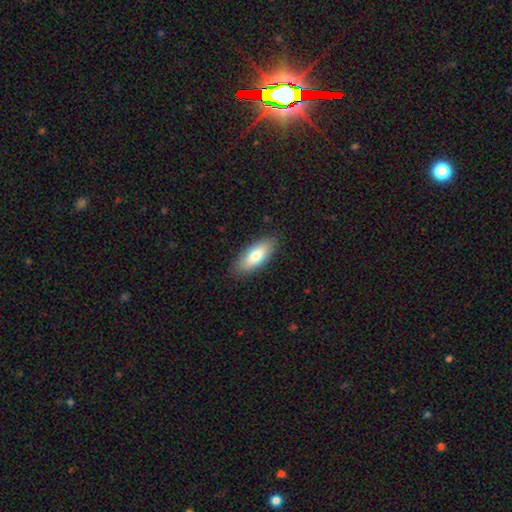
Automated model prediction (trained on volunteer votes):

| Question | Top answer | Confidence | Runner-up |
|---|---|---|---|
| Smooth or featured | smooth | 76% | featured or disk (18%) |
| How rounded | in between | 79% | cigar-shaped (19%) |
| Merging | none | 87% | minor disturbance (9%) |